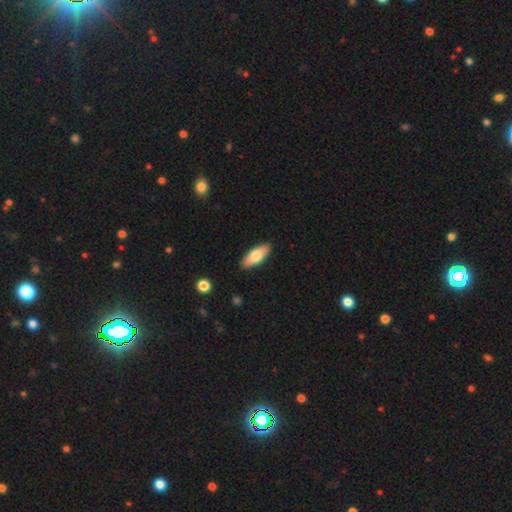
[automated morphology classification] This appears to be a smooth galaxy with no disk features (73%) that is in between round and cigar-shaped (79%). Merging: none (88%).